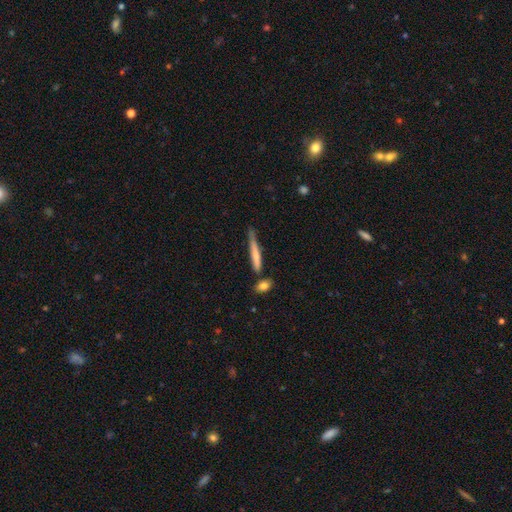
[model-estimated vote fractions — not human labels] Overall: smooth (66%; featured or disk 28%). How rounded: cigar-shaped (92%). Merging: none (51%; minor disturbance 31%).